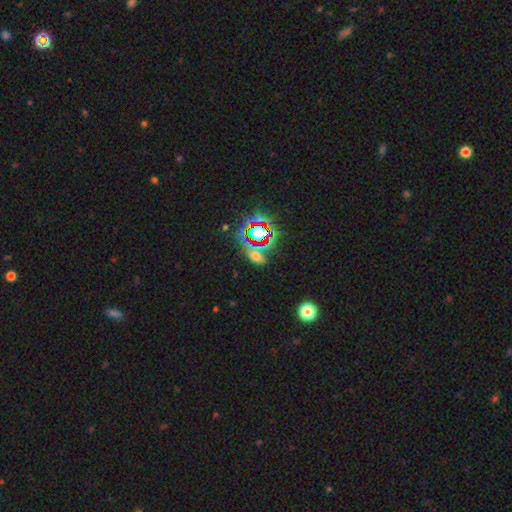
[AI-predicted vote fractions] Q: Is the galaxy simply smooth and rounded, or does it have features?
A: smooth — 45%.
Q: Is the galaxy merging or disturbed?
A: none — 64%.